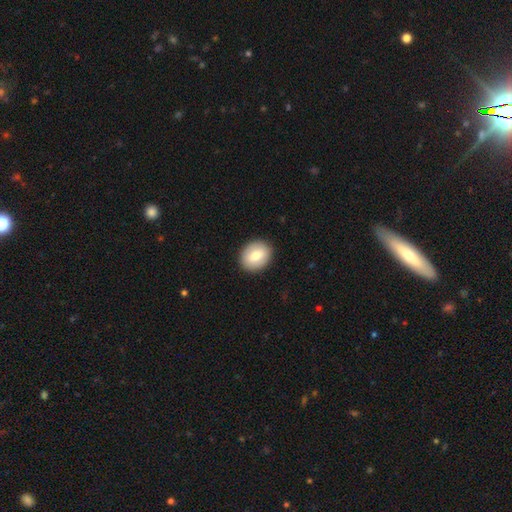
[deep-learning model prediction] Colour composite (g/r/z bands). It shows a smooth galaxy with no disk features (76%) that is round (59%). Merging: none (90%).